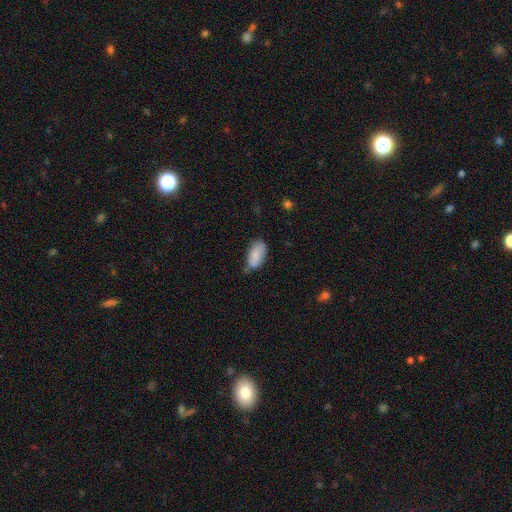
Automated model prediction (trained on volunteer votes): A smooth galaxy with no disk features (80%) that is in between round and cigar-shaped (93%).

Vote fractions:
- Smooth or featured? smooth: 80% / featured or disk: 13% / star or artifact: 7%
- How rounded? in between: 93% / cigar-shaped: 4% / round: 3%
- Merging? none: 52% / minor disturbance: 36% / major disturbance: 7% / merger: 4%